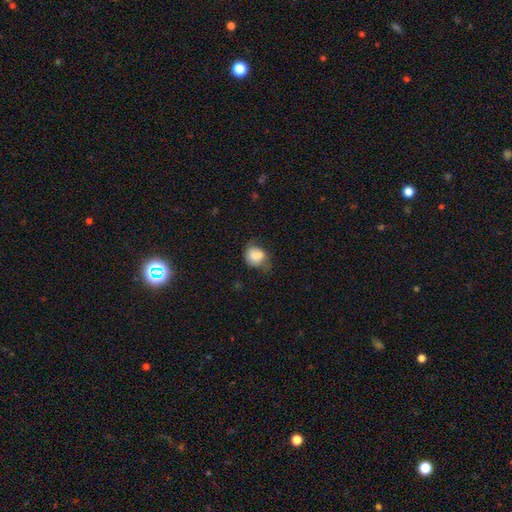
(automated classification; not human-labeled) Smooth or featured: smooth — 82% (featured or disk — 10%)
How rounded: round — 62% (in between — 37%)
Merging: none — 46% (minor disturbance — 36%)